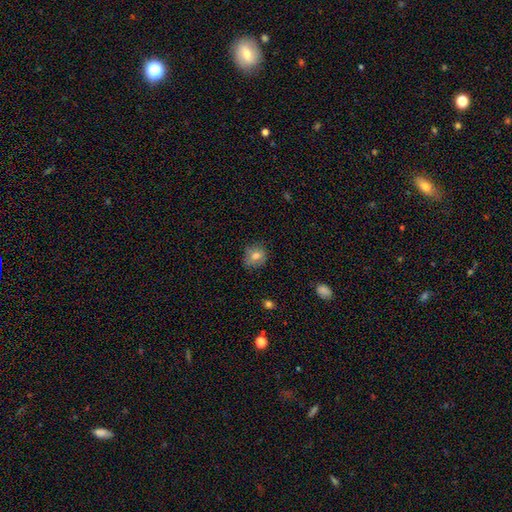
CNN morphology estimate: smooth 75%, featured or disk 14%, star or artifact 12%. Down the decision tree: how rounded — round (74%); merging — none (76%).